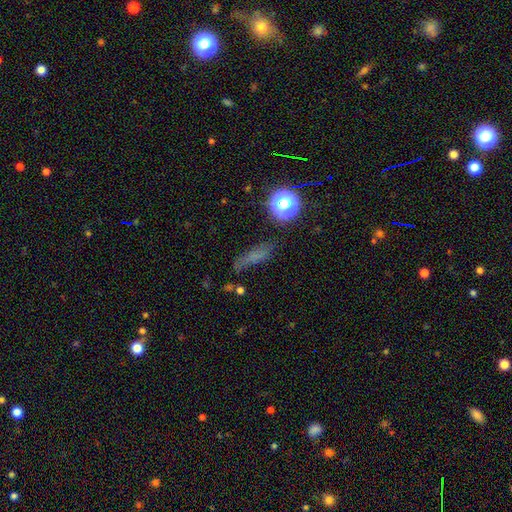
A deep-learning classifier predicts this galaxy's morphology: Smooth or featured? Predicted: smooth (p=0.60). How rounded? Predicted: cigar-shaped (p=0.58). Merging? Predicted: none (p=0.64).